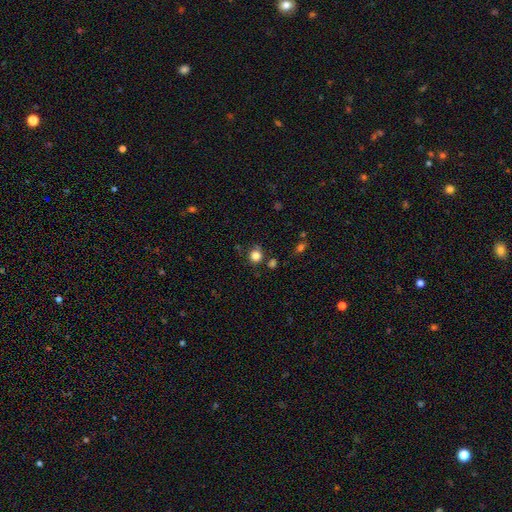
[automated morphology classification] smooth 83%, star or artifact 12%, featured or disk 5%. Down the decision tree: how rounded — round (88%); merging — none (78%).